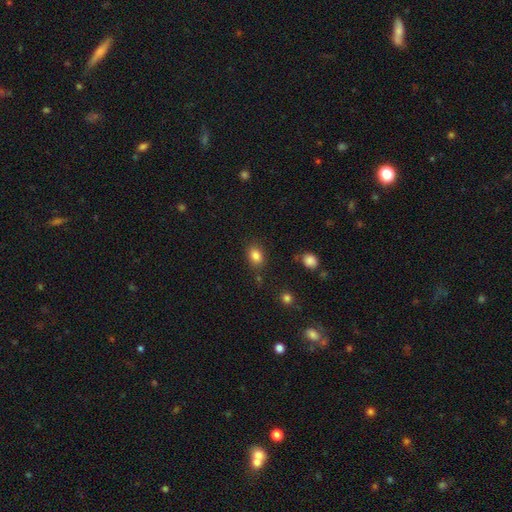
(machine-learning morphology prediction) The model was most divided on "how rounded": in between: 71%, round: 28%, cigar-shaped: 1%. More confident: smooth or featured — smooth (84%); merging — none (81%).